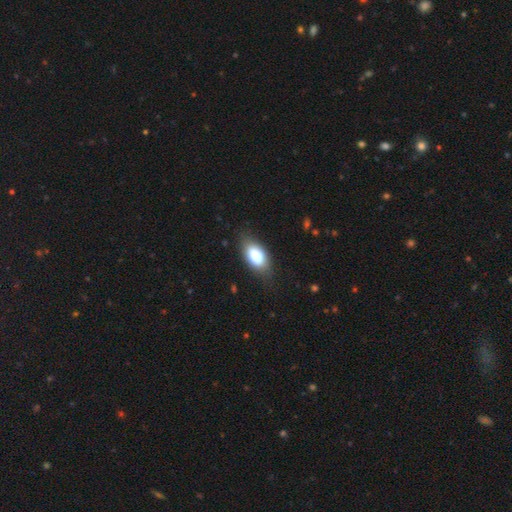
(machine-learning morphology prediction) A smooth galaxy with no disk features (82%) that is in between round and cigar-shaped (91%).

Vote fractions:
- Smooth or featured? smooth: 82% / featured or disk: 11% / star or artifact: 7%
- How rounded? in between: 91% / round: 5% / cigar-shaped: 4%
- Merging? none: 75% / minor disturbance: 18% / major disturbance: 5% / merger: 1%